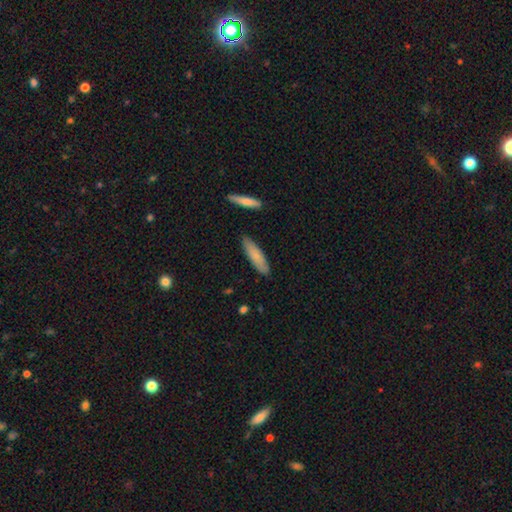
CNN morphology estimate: A smooth galaxy with no disk features (76%) that is cigar-shaped (65%).

Vote fractions:
- Smooth or featured? smooth: 76% / featured or disk: 18% / star or artifact: 6%
- How rounded? cigar-shaped: 65% / in between: 33% / round: 2%
- Merging? none: 86% / minor disturbance: 10% / merger: 2% / major disturbance: 2%